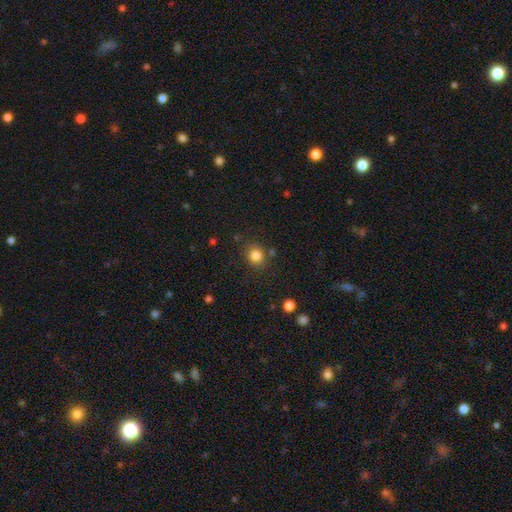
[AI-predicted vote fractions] A smooth galaxy with no disk features (83%) that is round (78%).

Vote fractions:
- Smooth or featured? smooth: 83% / star or artifact: 12% / featured or disk: 5%
- How rounded? round: 78% / in between: 21% / cigar-shaped: 1%
- Merging? none: 82% / minor disturbance: 10% / merger: 4% / major disturbance: 4%